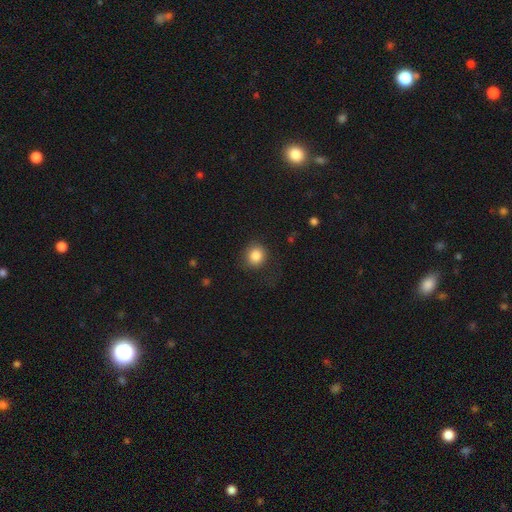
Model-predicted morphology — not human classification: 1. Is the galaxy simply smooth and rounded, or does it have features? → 85% smooth, 10% star or artifact, 5% featured or disk.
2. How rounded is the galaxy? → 85% round, 14% in between, 1% cigar-shaped.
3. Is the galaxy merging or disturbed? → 81% none, 13% minor disturbance, 6% major disturbance, 1% merger.